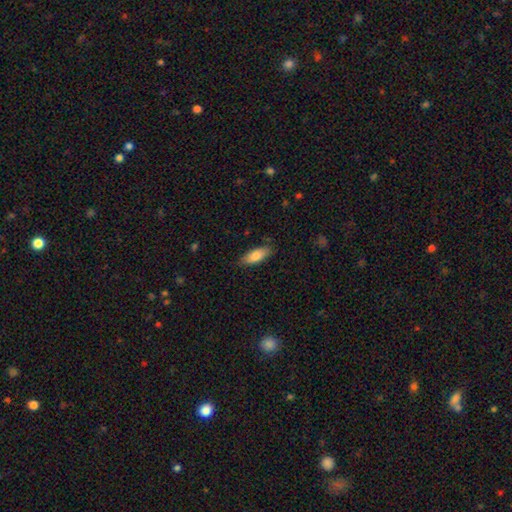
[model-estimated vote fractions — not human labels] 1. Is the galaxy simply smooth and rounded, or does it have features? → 82% smooth, 12% featured or disk, 6% star or artifact.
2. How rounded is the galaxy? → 76% in between, 23% cigar-shaped, 2% round.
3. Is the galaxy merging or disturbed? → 81% none, 15% minor disturbance, 3% major disturbance, 1% merger.